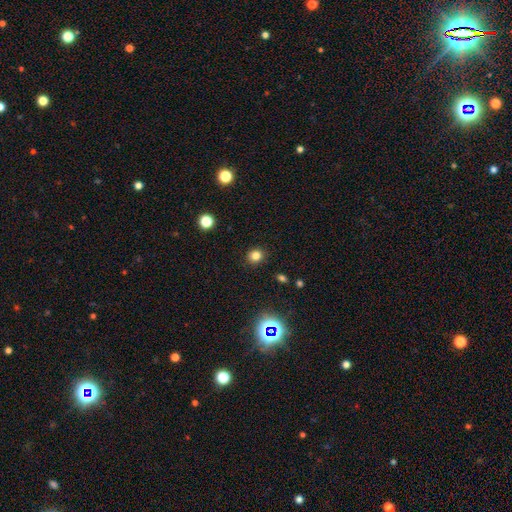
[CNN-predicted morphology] A smooth galaxy with no disk features (79%) that is round (82%). Merging: none (90%).